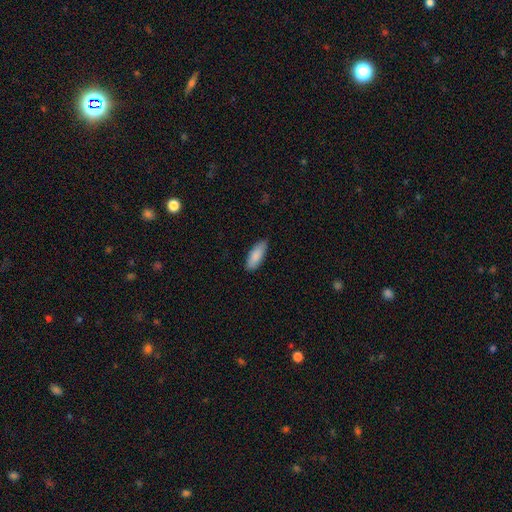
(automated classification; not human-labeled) Smooth or featured? Predicted: smooth (p=0.87). How rounded? Predicted: in between (p=0.76). Merging? Predicted: none (p=0.84).